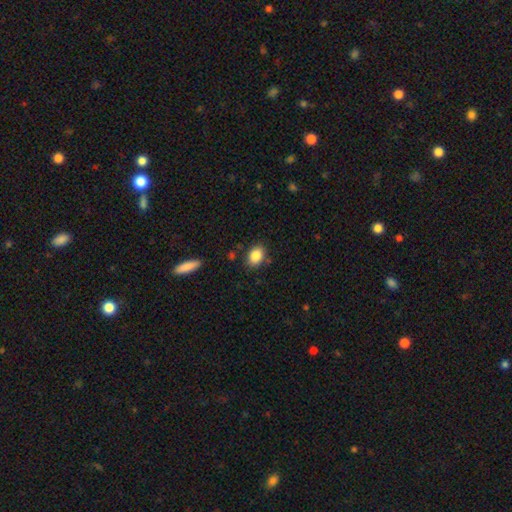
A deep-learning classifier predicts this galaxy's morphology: Smooth or featured?
  - smooth: 87% *
  - star or artifact: 8%
  - featured or disk: 5%
How rounded?
  - in between: 70% *
  - round: 29%
  - cigar-shaped: 1%
Merging?
  - none: 83% *
  - minor disturbance: 11%
  - major disturbance: 3%
  - merger: 3%